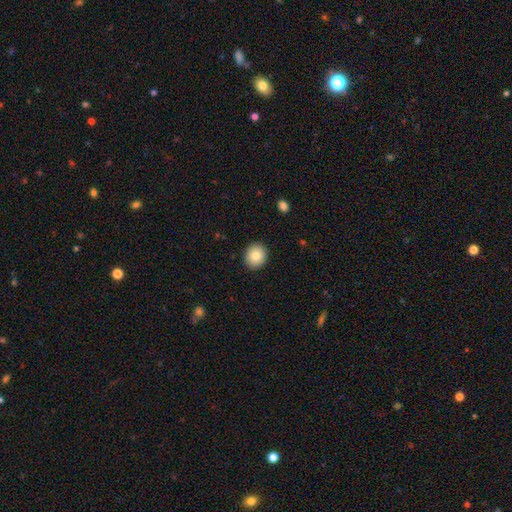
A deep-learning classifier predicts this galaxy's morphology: smooth_or_featured: smooth (p=0.84) [alt: star or artifact p=0.08]
how_rounded: round (p=0.73) [alt: in between p=0.26]
merging: none (p=0.91) [alt: minor disturbance p=0.07]